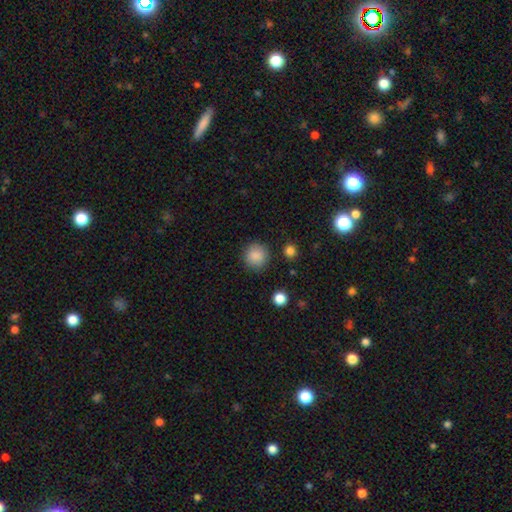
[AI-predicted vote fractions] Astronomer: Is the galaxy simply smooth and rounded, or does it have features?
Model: smooth — 88%.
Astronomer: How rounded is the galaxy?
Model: round — 92%.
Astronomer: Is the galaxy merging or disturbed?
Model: none — 87%.